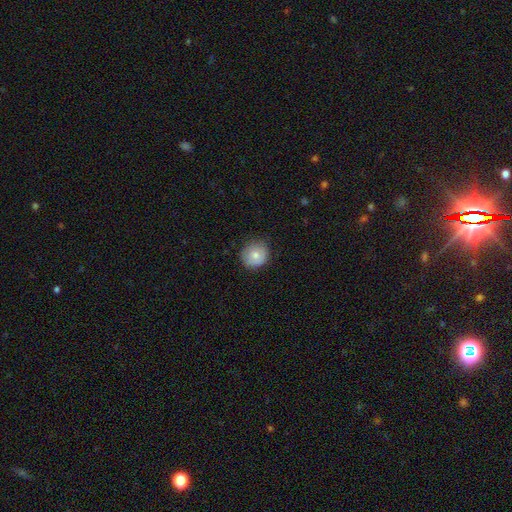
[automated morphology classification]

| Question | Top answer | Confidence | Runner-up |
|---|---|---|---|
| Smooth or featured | smooth | 75% | featured or disk (17%) |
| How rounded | round | 88% | in between (11%) |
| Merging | none | 80% | minor disturbance (16%) |